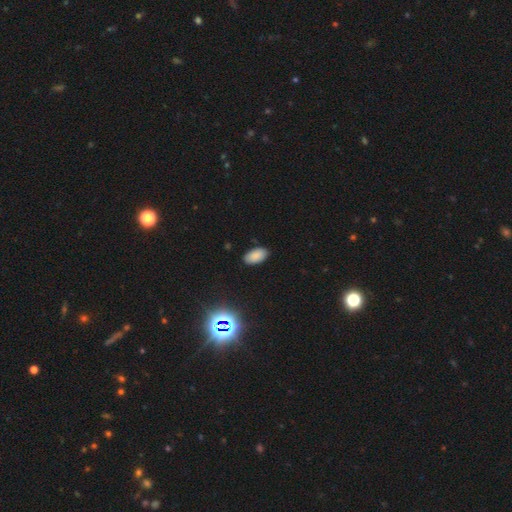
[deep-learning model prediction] Smooth or featured? Predicted: smooth (p=0.83). How rounded? Predicted: in between (p=0.95). Merging? Predicted: none (p=0.86).